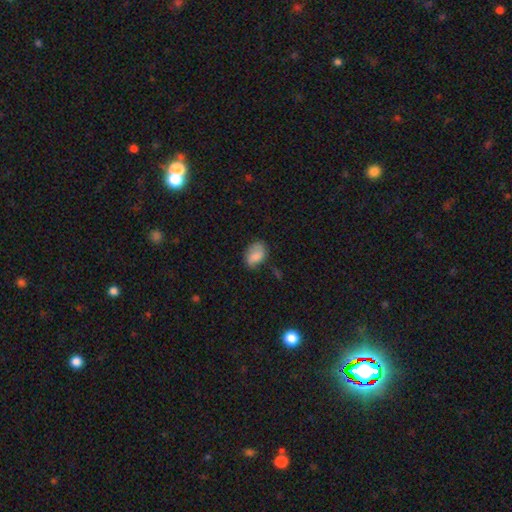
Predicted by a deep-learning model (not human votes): smooth-or-featured: smooth: 76% | featured or disk: 16% | star or artifact: 8%
  how-rounded: in between: 80% | round: 18% | cigar-shaped: 1%
  merging: none: 59% | minor disturbance: 30% | major disturbance: 9% | merger: 3%